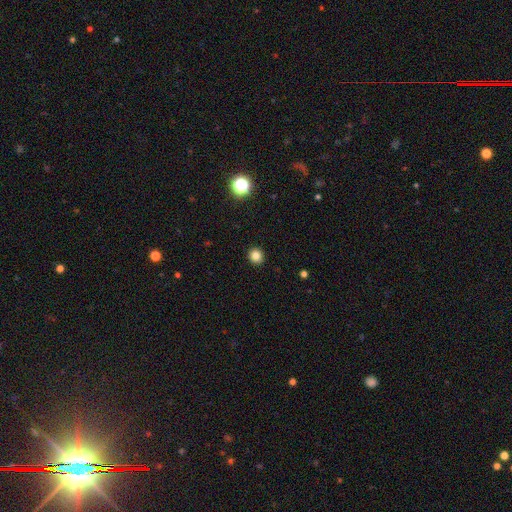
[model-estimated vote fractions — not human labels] A smooth galaxy with no disk features (82%) that is round (91%).

Vote fractions:
- Smooth or featured? smooth: 82% / star or artifact: 13% / featured or disk: 5%
- How rounded? round: 91% / in between: 8% / cigar-shaped: 1%
- Merging? none: 93% / minor disturbance: 5% / major disturbance: 2% / merger: 1%